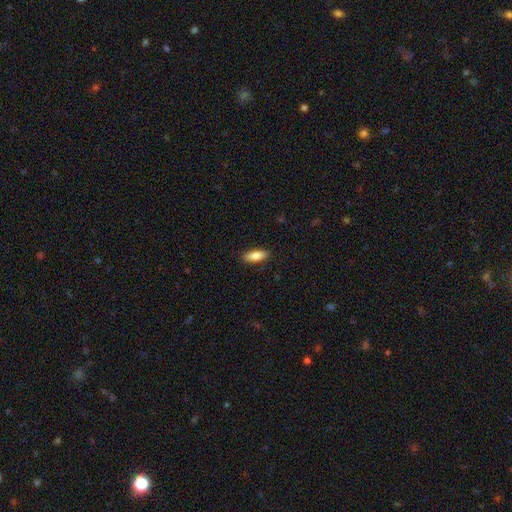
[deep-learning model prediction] This appears to be a smooth galaxy with no disk features (84%) that is in between round and cigar-shaped (68%). Merging: none (89%).